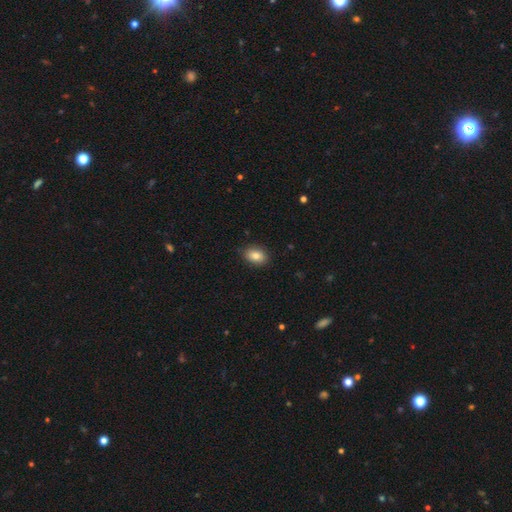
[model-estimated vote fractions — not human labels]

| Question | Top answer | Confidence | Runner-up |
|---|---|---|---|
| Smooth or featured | smooth | 82% | featured or disk (9%) |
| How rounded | in between | 76% | round (23%) |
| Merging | none | 85% | minor disturbance (12%) |